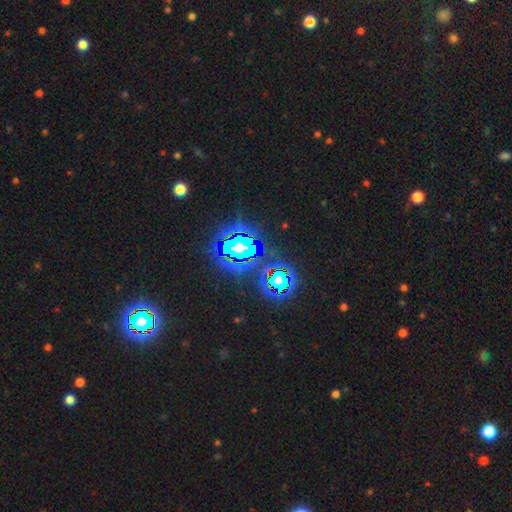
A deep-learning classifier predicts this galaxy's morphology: Smooth or featured: star or artifact — 84% (smooth — 9%)